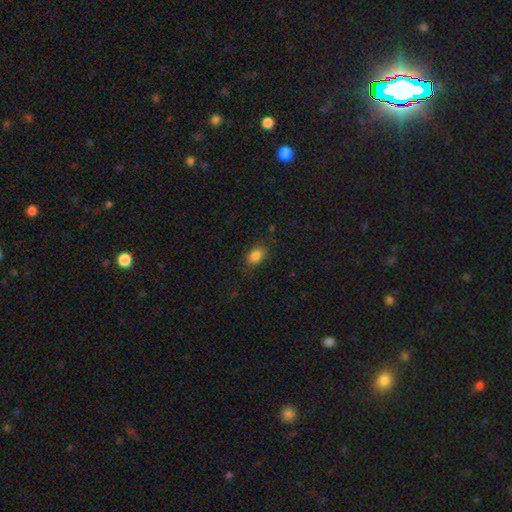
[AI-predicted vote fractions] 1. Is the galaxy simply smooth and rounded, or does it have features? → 84% smooth, 10% star or artifact, 5% featured or disk.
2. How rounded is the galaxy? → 71% in between, 27% round, 1% cigar-shaped.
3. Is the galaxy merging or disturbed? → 81% none, 14% minor disturbance, 4% major disturbance, 1% merger.